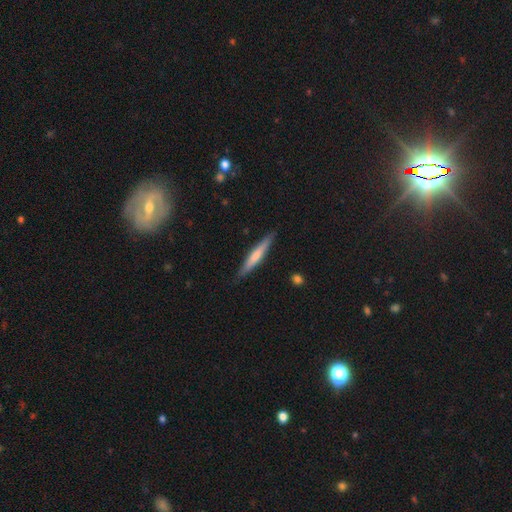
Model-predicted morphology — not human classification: Smooth or featured?
  - smooth: 53% *
  - featured or disk: 41%
  - star or artifact: 5%
How rounded?
  - cigar-shaped: 94% *
  - in between: 5%
  - round: 1%
Merging?
  - none: 89% *
  - minor disturbance: 9%
  - major disturbance: 2%
  - merger: 1%